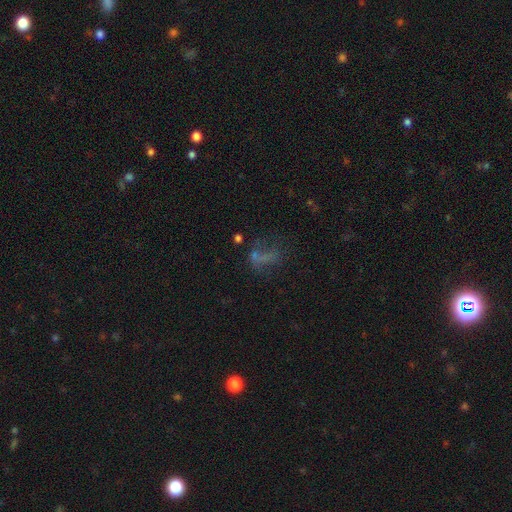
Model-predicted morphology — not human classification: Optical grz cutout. It shows a smooth galaxy with no disk features (40%). Merging: none (40%).